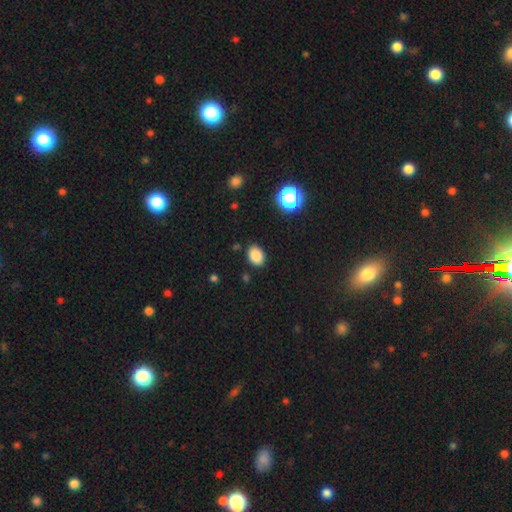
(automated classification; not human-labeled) A smooth galaxy with no disk features (85%) that is in between round and cigar-shaped (73%). Merging: none (86%).